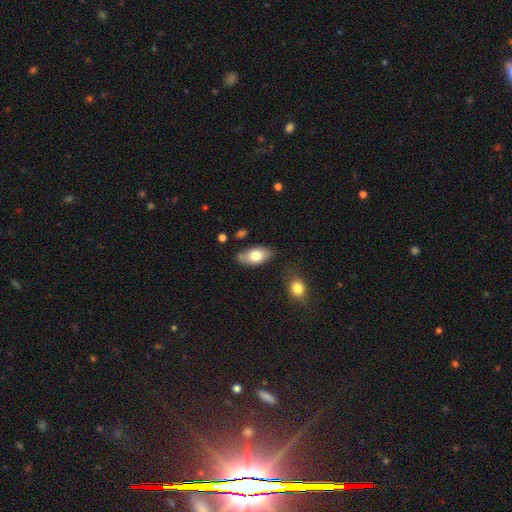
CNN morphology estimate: Smooth or featured: smooth — 73% (featured or disk — 21%)
How rounded: in between — 92% (cigar-shaped — 4%)
Merging: none — 74% (minor disturbance — 18%)